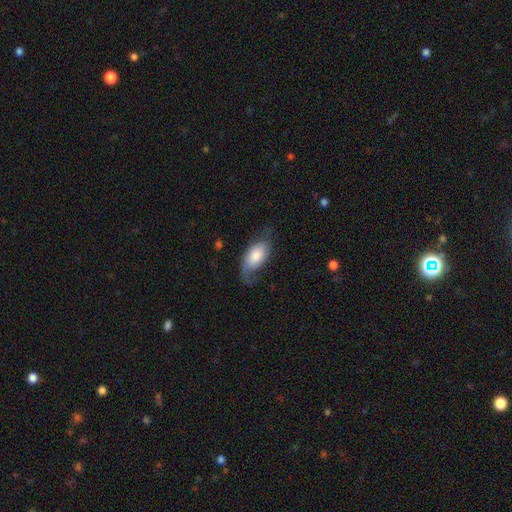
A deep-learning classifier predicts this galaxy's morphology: This is likely a smooth galaxy (63%). How rounded: clearly in between (93%). Merging: possibly none (47%).